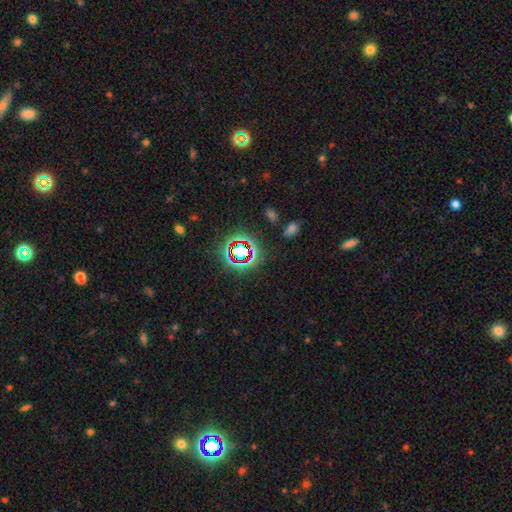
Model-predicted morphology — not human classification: The model was most divided on "smooth or featured": star or artifact: 61%, smooth: 20%, featured or disk: 19%.